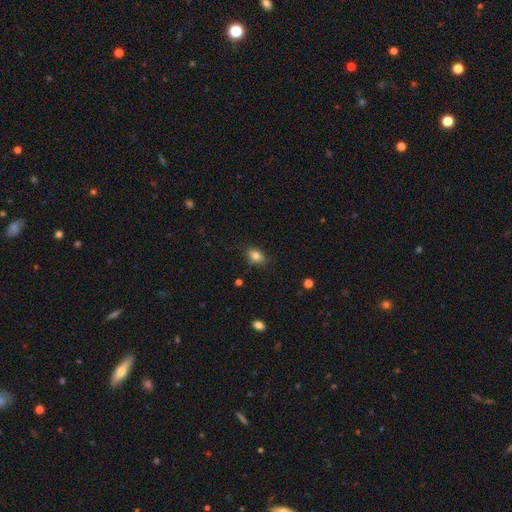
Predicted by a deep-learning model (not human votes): smooth-or-featured: smooth: 82% | star or artifact: 11% | featured or disk: 7%
  how-rounded: in between: 74% | round: 25% | cigar-shaped: 2%
  merging: none: 80% | minor disturbance: 15% | major disturbance: 3% | merger: 2%